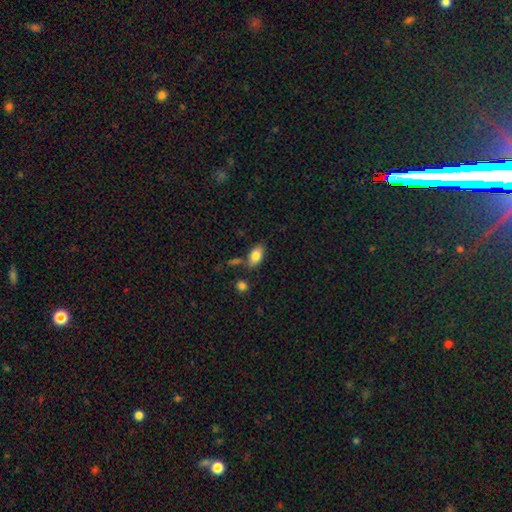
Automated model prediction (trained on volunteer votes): Smooth or featured: smooth — 83% (featured or disk — 10%)
How rounded: in between — 91% (round — 6%)
Merging: none — 72% (minor disturbance — 15%)